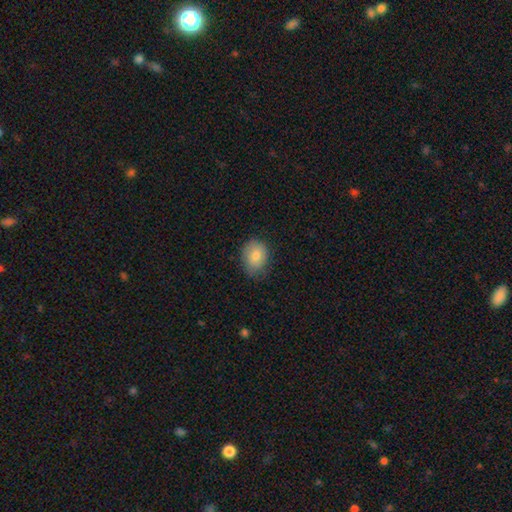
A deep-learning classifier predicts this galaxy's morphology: type=smooth (78%); roundness=in between (50%); merging=none (73%).